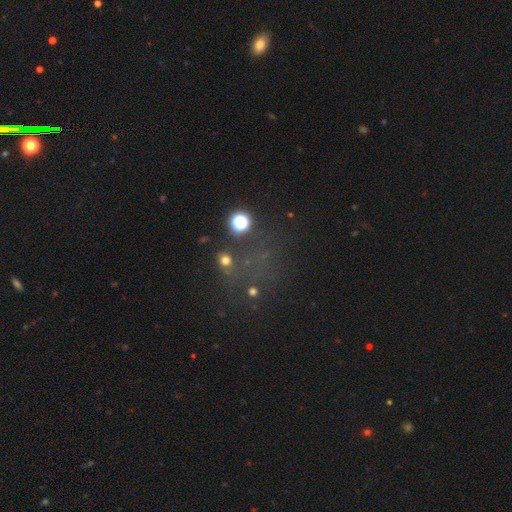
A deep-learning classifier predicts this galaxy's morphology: A star or artifact, not a galaxy (58%).

Vote fractions:
- Smooth or featured? star or artifact: 58% / smooth: 28% / featured or disk: 13%